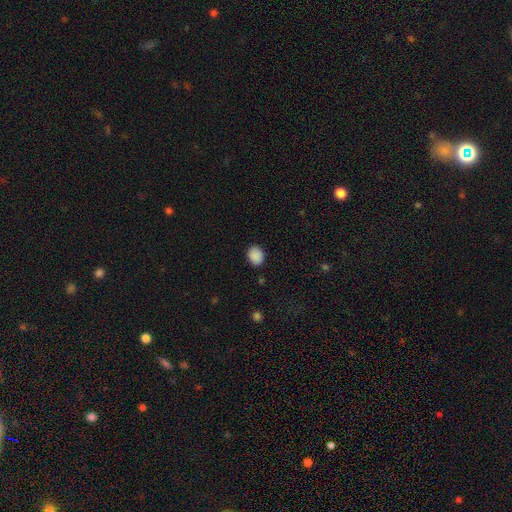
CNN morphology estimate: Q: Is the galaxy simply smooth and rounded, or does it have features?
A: smooth — 88%.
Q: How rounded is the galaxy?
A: round — 59%.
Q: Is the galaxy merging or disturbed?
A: none — 86%.